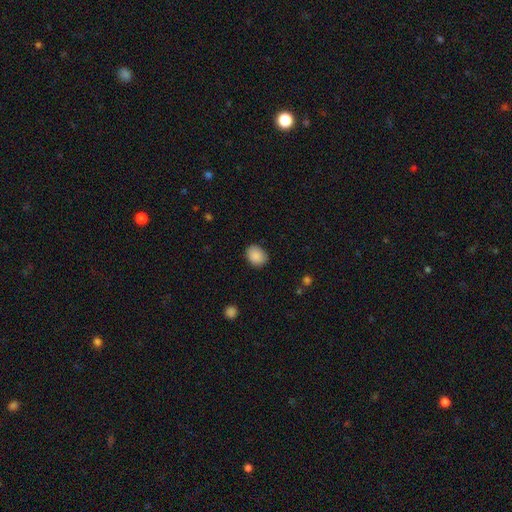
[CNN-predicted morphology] smooth-or-featured: smooth: 89% | star or artifact: 8% | featured or disk: 3%
  how-rounded: in between: 50% | round: 49% | cigar-shaped: 1%
  merging: none: 84% | minor disturbance: 12% | major disturbance: 3% | merger: 1%